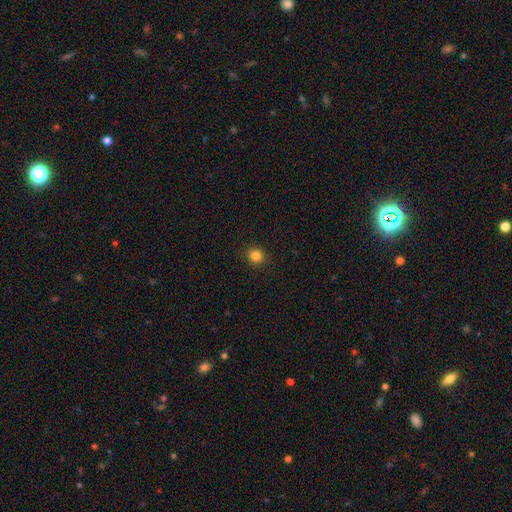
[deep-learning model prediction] Smooth or featured? Predicted: smooth (p=0.84). How rounded? Predicted: round (p=0.90). Merging? Predicted: none (p=0.92).